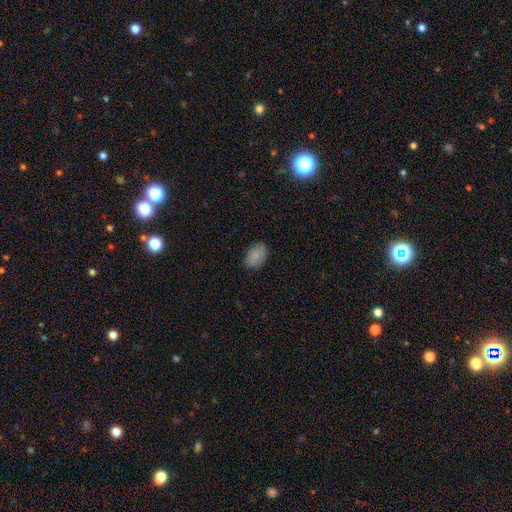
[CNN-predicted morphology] type=smooth (84%); roundness=in between (85%); merging=none (83%).